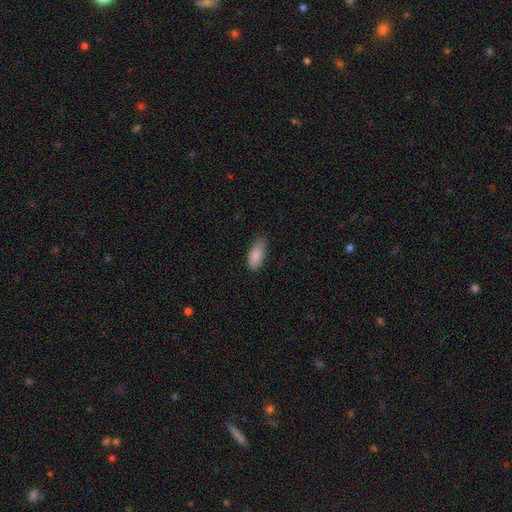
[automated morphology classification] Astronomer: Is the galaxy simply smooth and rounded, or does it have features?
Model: smooth — 87%.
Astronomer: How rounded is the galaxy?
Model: in between — 86%.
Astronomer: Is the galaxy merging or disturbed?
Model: none — 75%.